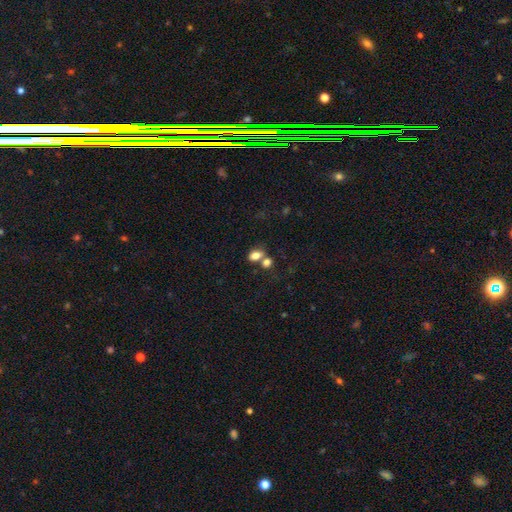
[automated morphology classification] Smooth or featured? smooth (80%)
How rounded? in between (79%)
Merging? none (49%)